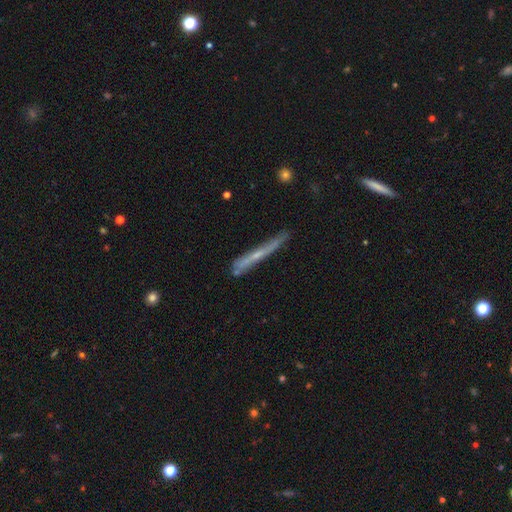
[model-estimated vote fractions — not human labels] Q: Smooth or featured?
A: featured or disk (56%); runner-up: smooth (36%)
Q: Edge-on disk?
A: yes (89%); runner-up: no (11%)
Q: Edge-on bulge?
A: none (59%); runner-up: rounded (35%)
Q: Merging?
A: none (64%); runner-up: minor disturbance (26%)